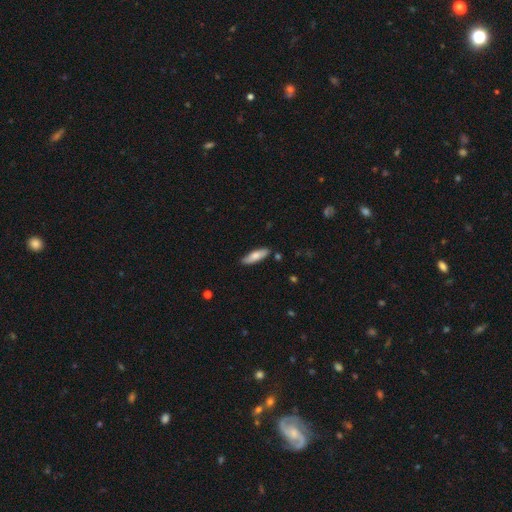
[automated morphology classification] This is likely a smooth galaxy (75%). How rounded: possibly cigar-shaped (53%). Merging: clearly none (86%).